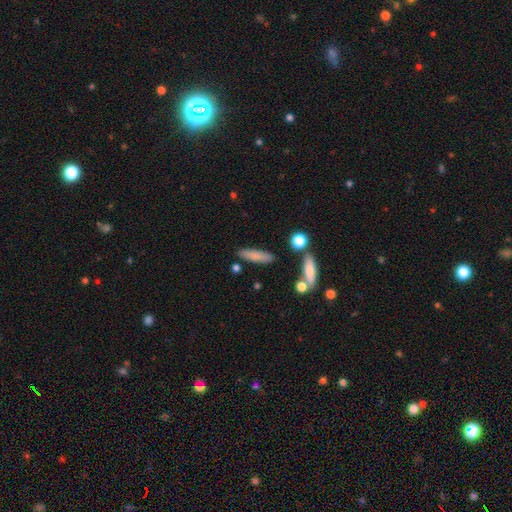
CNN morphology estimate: Smooth or featured? smooth (79%)
How rounded? cigar-shaped (73%)
Merging? none (80%)